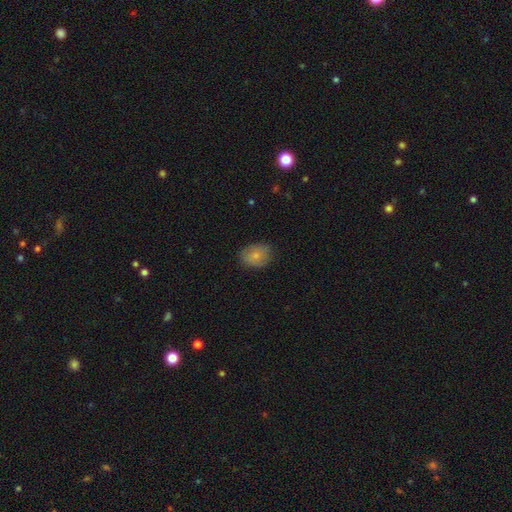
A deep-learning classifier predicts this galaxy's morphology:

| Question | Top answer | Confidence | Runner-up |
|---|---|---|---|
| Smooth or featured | smooth | 81% | featured or disk (12%) |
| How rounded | in between | 58% | round (41%) |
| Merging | none | 78% | minor disturbance (17%) |